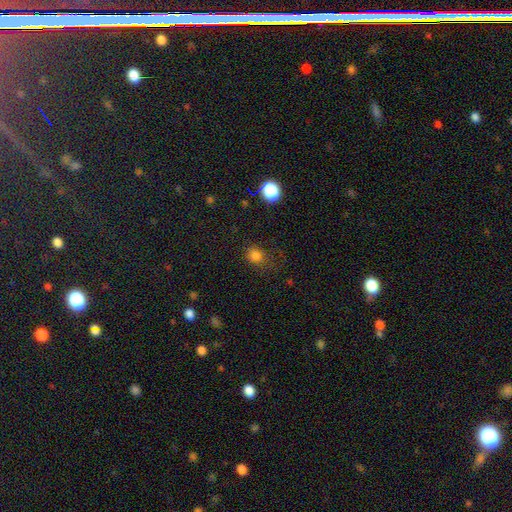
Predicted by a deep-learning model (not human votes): Overall: smooth (76%). How rounded: round (72%). Merging: none (67%).